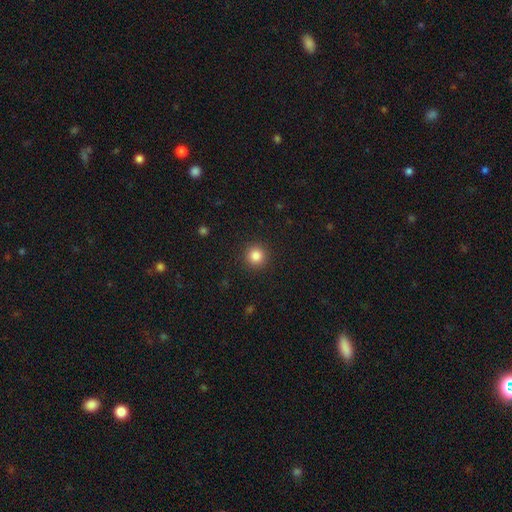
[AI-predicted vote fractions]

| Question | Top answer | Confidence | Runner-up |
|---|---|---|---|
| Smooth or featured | smooth | 84% | star or artifact (11%) |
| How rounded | round | 95% | in between (5%) |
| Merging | none | 92% | minor disturbance (5%) |